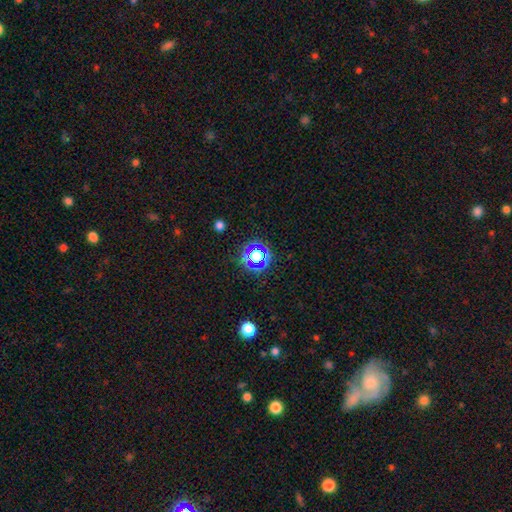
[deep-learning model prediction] star or artifact 63%, smooth 27%, featured or disk 11%.